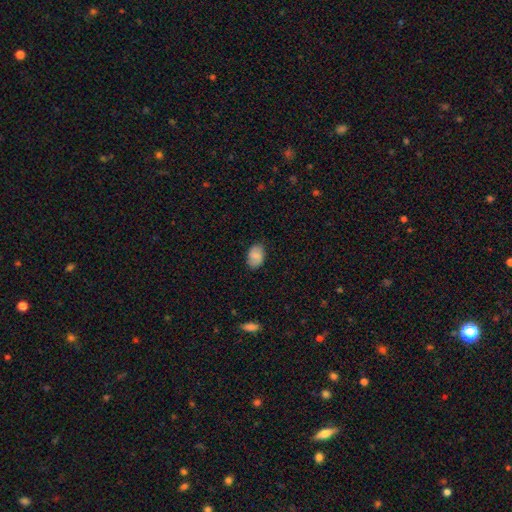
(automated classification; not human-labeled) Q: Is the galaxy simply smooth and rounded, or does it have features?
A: smooth — 75%.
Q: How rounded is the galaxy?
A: in between — 86%.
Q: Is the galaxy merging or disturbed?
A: none — 79%.